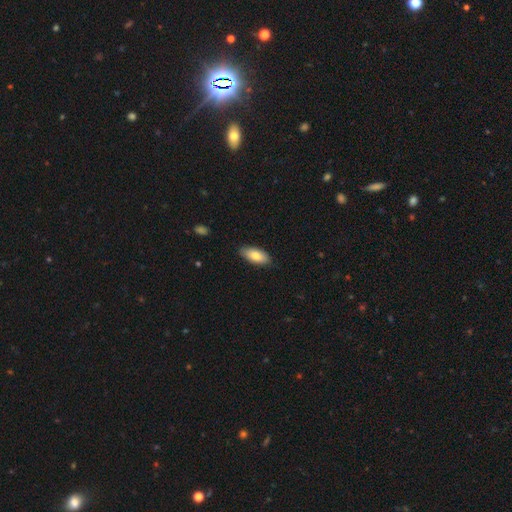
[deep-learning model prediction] smooth 83%, featured or disk 11%, star or artifact 6%. Down the decision tree: how rounded — in between (87%); merging — none (86%).